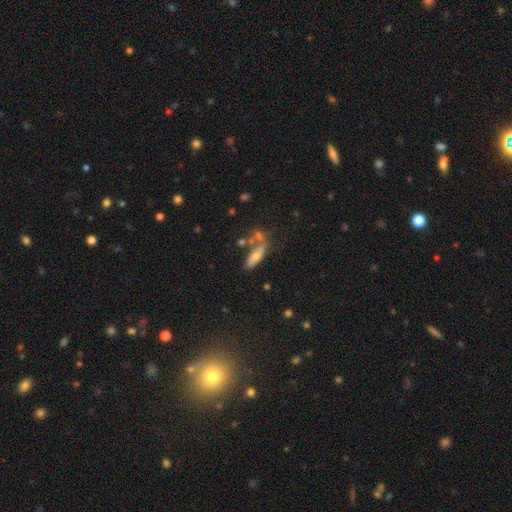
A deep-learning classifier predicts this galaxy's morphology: smooth-or-featured: smooth: 61% | featured or disk: 27% | star or artifact: 12%
  how-rounded: cigar-shaped: 49% | in between: 48% | round: 3%
  merging: none: 50% | merger: 24% | minor disturbance: 18% | major disturbance: 8%